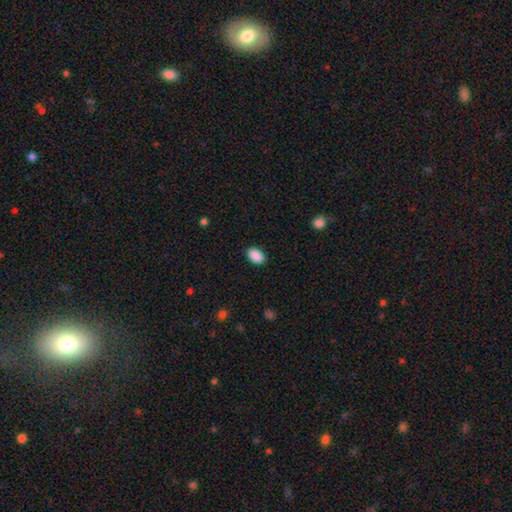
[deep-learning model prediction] Smooth or featured? smooth (90%)
How rounded? in between (90%)
Merging? none (89%)